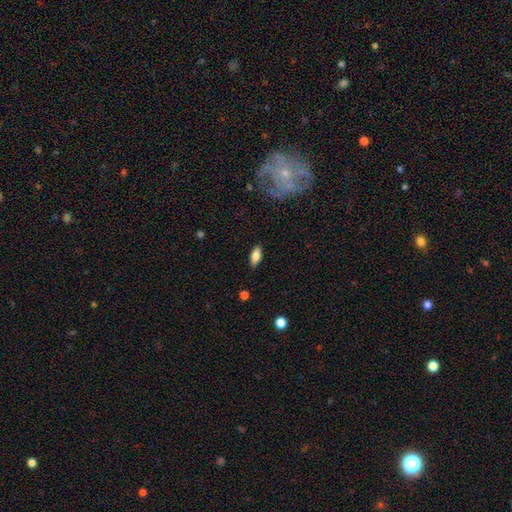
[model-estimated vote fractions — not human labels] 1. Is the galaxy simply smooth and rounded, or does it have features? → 81% smooth, 12% featured or disk, 7% star or artifact.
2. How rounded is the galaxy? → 83% in between, 14% cigar-shaped, 3% round.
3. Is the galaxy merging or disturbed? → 87% none, 10% minor disturbance, 2% major disturbance, 1% merger.